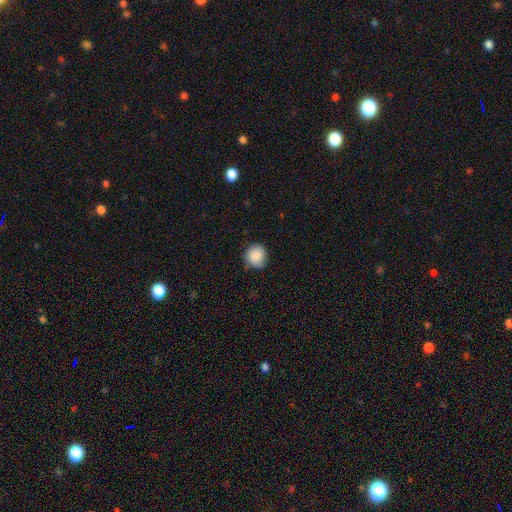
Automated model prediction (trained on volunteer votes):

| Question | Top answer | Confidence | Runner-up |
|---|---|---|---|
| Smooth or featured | smooth | 88% | star or artifact (8%) |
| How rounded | round | 85% | in between (14%) |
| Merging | none | 75% | minor disturbance (20%) |